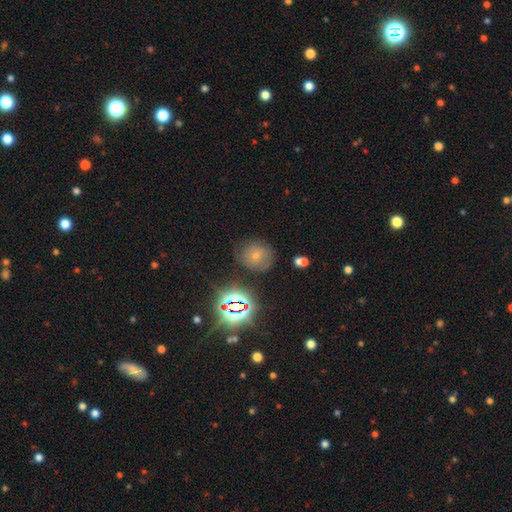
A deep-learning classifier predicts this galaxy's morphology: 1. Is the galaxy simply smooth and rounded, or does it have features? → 59% smooth, 22% star or artifact, 19% featured or disk.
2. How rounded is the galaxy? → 81% round, 18% in between, 1% cigar-shaped.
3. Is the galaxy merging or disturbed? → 74% none, 16% minor disturbance, 6% major disturbance, 4% merger.